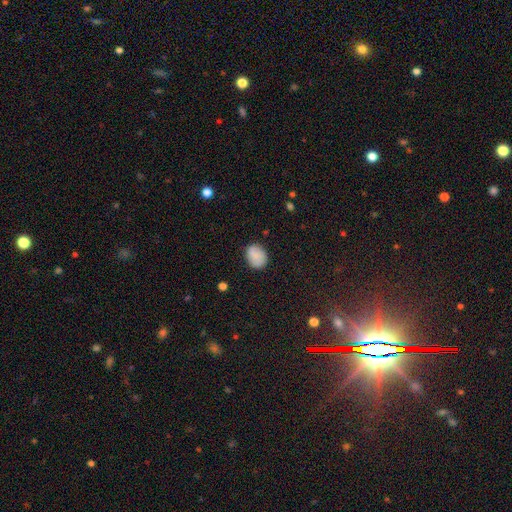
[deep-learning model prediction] The model was most divided on "how rounded": in between: 55%, round: 44%, cigar-shaped: 1%. More confident: smooth or featured — smooth (82%); merging — none (81%).